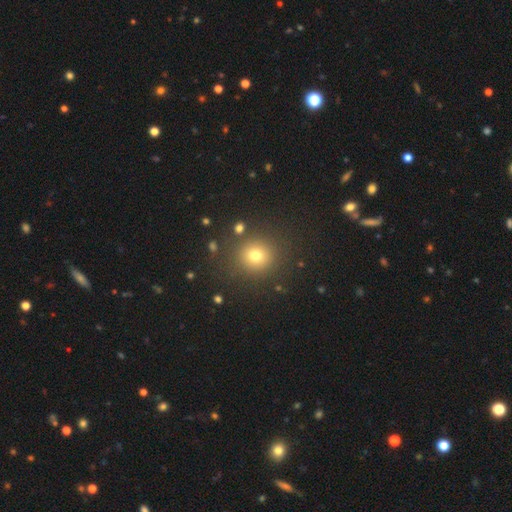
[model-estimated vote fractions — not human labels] Smooth or featured?
  - smooth: 74% *
  - star or artifact: 18%
  - featured or disk: 8%
How rounded?
  - round: 90% *
  - in between: 9%
  - cigar-shaped: 1%
Merging?
  - none: 86% *
  - minor disturbance: 7%
  - major disturbance: 3%
  - merger: 3%